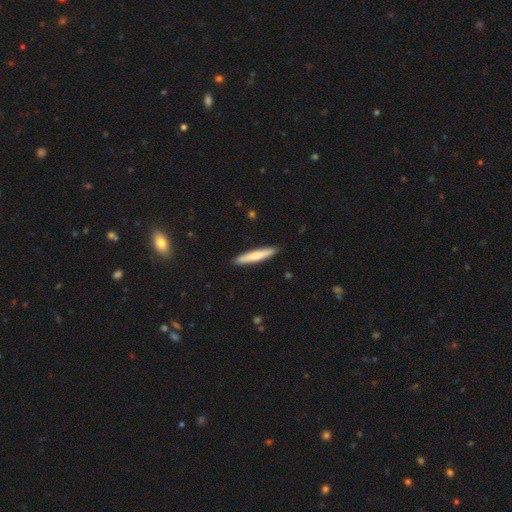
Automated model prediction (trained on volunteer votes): Smooth or featured? Predicted: smooth (p=0.71). How rounded? Predicted: cigar-shaped (p=0.92). Merging? Predicted: none (p=0.91).